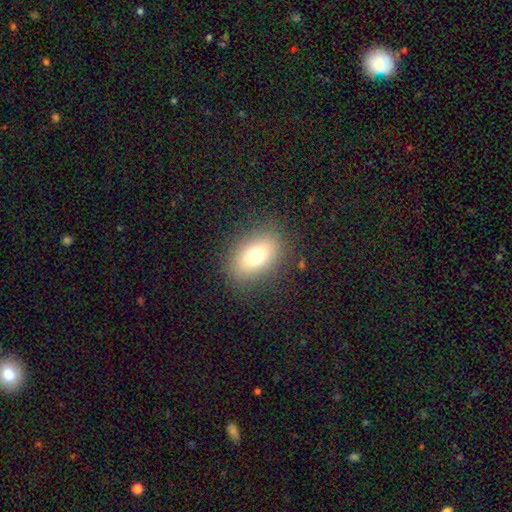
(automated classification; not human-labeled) smooth 71%, featured or disk 17%, star or artifact 12%. Down the decision tree: how rounded — in between (77%); merging — none (84%).